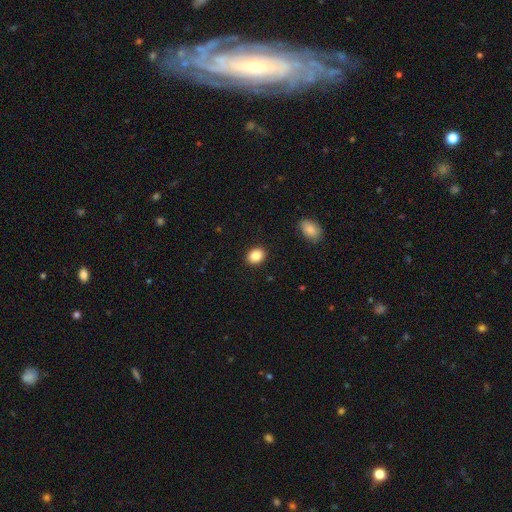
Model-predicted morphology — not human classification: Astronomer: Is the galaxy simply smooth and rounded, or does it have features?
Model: smooth — 86%.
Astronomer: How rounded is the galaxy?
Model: in between — 56% (runner-up: round, 43%).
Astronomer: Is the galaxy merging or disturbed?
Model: none — 90%.